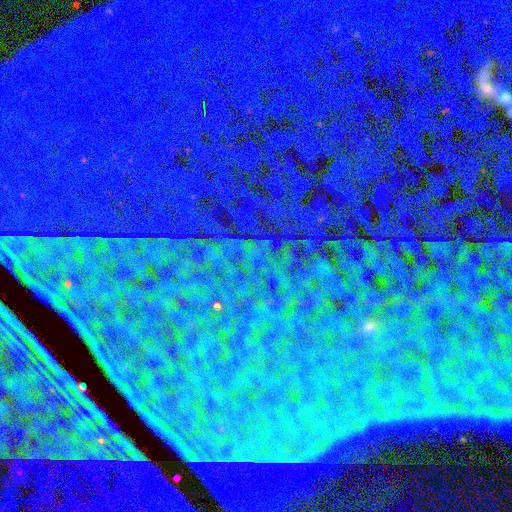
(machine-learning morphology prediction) Overall: star or artifact (82%).